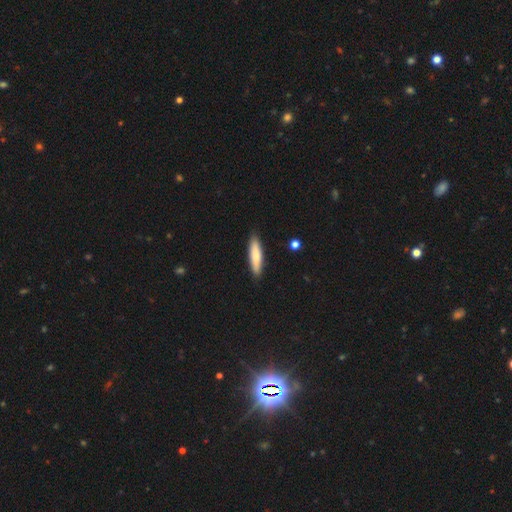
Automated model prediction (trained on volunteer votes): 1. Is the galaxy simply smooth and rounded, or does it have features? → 76% smooth, 19% featured or disk, 5% star or artifact.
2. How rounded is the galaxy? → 76% cigar-shaped, 22% in between, 1% round.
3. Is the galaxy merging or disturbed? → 89% none, 8% minor disturbance, 2% major disturbance, 1% merger.